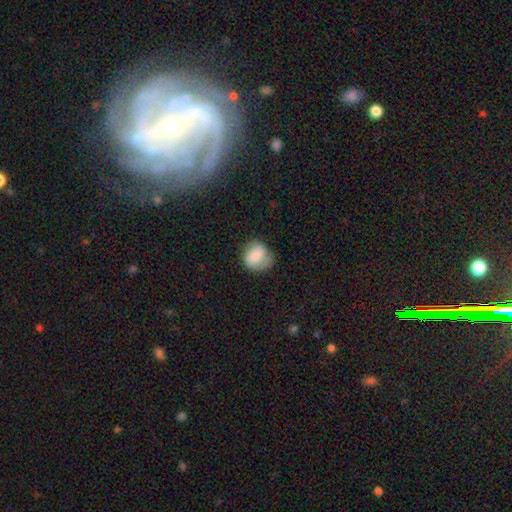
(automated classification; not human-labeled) A smooth galaxy with no disk features (71%) that is round (69%).

Vote fractions:
- Smooth or featured? smooth: 71% / featured or disk: 21% / star or artifact: 8%
- How rounded? round: 69% / in between: 30% / cigar-shaped: 1%
- Merging? none: 50% / minor disturbance: 32% / major disturbance: 16% / merger: 2%